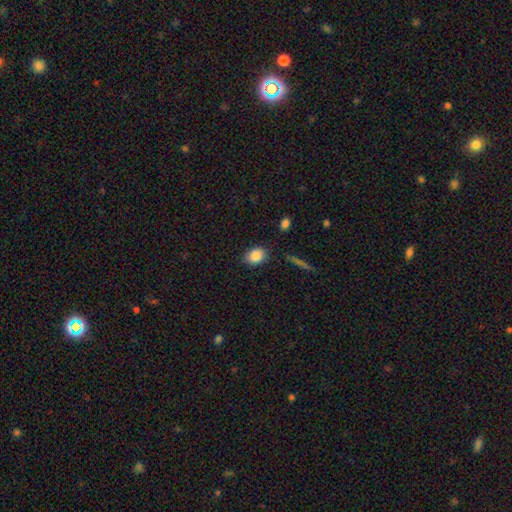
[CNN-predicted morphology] This appears to be a smooth galaxy with no disk features (86%) that is in between round and cigar-shaped (62%). Merging: none (83%).